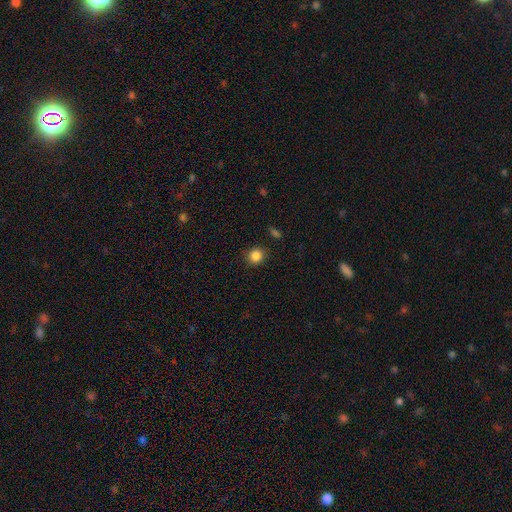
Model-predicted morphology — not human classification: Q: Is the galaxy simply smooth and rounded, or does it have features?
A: smooth — 86%.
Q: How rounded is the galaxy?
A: round — 87%.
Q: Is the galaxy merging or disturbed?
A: none — 88%.